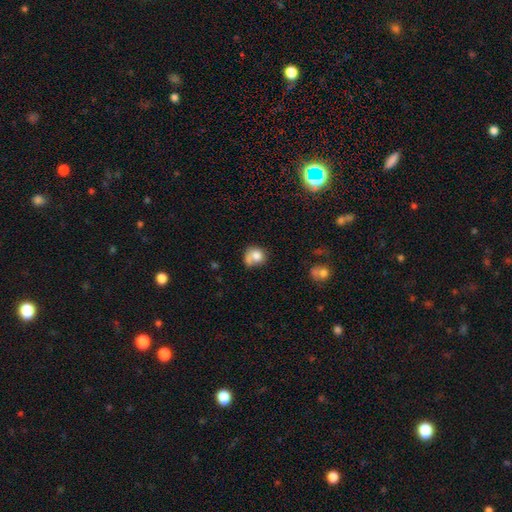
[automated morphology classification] This is likely a smooth galaxy (74%). How rounded: likely round (71%). Merging: marginally none (38%).